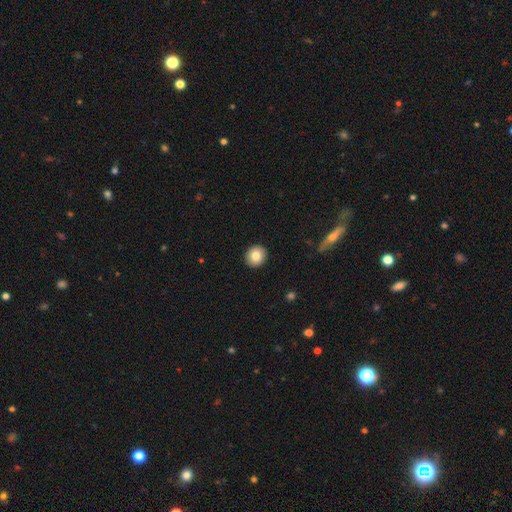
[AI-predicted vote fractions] A smooth galaxy with no disk features (84%) that is round (87%). Merging: none (92%).